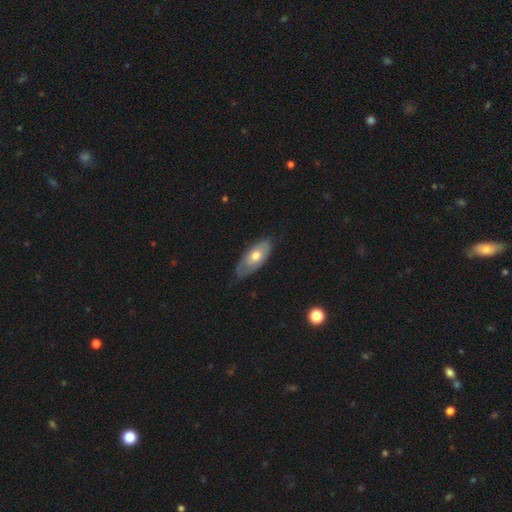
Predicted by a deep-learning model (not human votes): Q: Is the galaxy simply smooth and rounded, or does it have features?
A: smooth — 59%.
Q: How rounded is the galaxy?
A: in between — 87%.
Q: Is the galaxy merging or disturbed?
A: none — 63%.